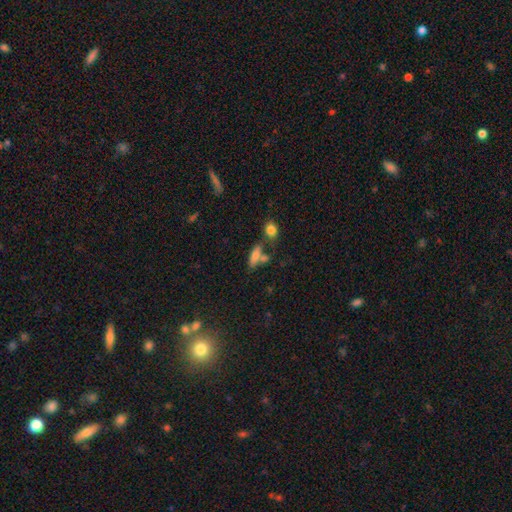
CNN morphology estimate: Smooth or featured: smooth — 72% (featured or disk — 16%)
How rounded: in between — 56% (cigar-shaped — 38%)
Merging: none — 49% (merger — 28%)